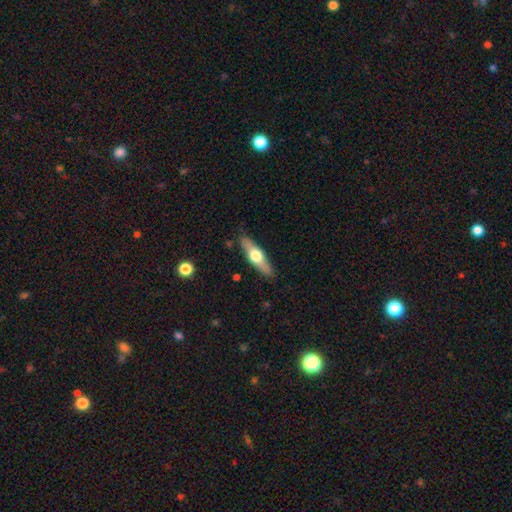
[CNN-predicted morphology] This appears to be a featured or disk galaxy (53%) viewed edge-on (91%). Merging: none (88%).